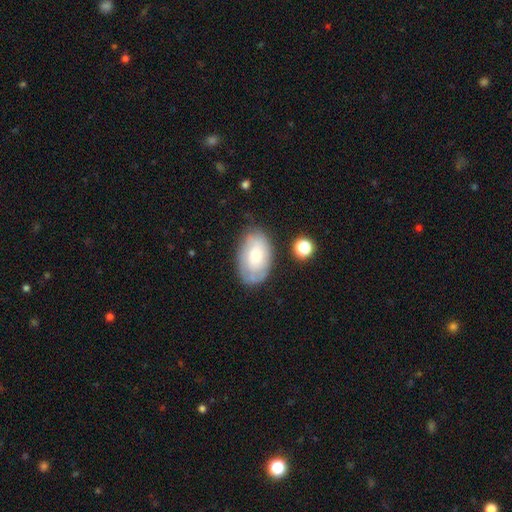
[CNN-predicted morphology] Q: Smooth or featured?
A: smooth (59%); runner-up: featured or disk (34%)
Q: How rounded?
A: in between (91%); runner-up: round (8%)
Q: Merging?
A: none (69%); runner-up: minor disturbance (21%)